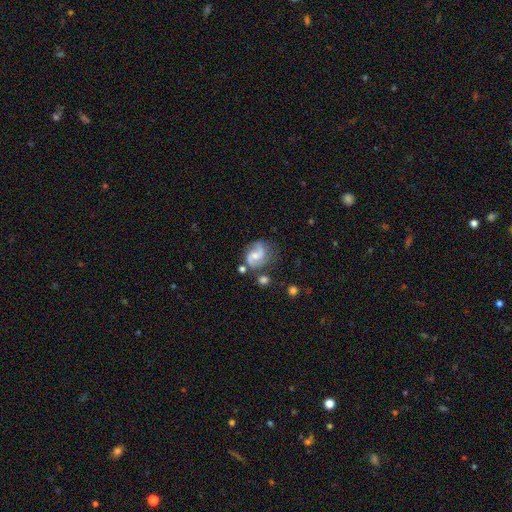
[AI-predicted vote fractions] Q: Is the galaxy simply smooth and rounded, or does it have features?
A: featured or disk — 78%.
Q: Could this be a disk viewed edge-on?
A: no — 98%.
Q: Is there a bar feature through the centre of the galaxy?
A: weak — 45%.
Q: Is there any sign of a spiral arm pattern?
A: yes — 94%.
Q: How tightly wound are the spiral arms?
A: medium — 49%.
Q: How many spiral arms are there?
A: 2 — 85%.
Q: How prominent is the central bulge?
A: small — 47%.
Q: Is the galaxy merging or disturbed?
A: none — 58%.